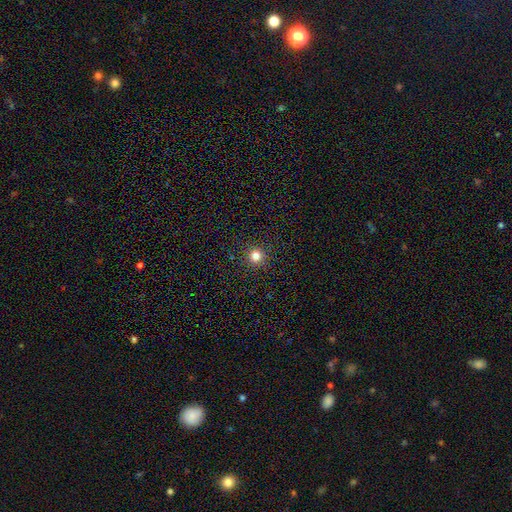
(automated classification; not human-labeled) smooth-or-featured: smooth: 81% | star or artifact: 14% | featured or disk: 5%
  how-rounded: round: 95% | in between: 4% | cigar-shaped: 1%
  merging: none: 93% | minor disturbance: 5% | major disturbance: 2% | merger: 1%